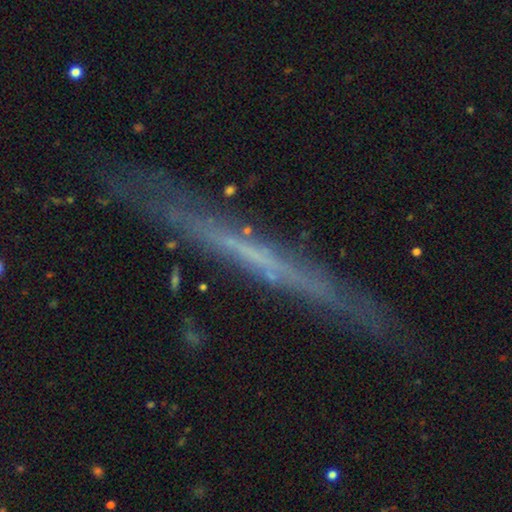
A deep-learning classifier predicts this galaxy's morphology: featured or disk 64%, smooth 25%, star or artifact 12%. Down the decision tree: edge-on disk — yes (93%); edge-on bulge — none (89%); merging — none (85%).